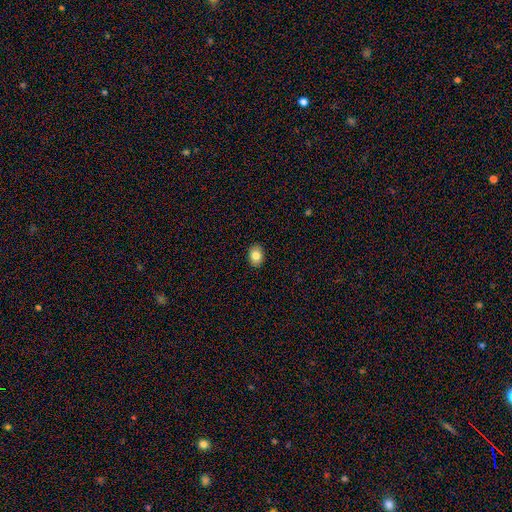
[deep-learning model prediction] smooth 83%, star or artifact 9%, featured or disk 8%. Down the decision tree: how rounded — in between (71%); merging — none (90%).